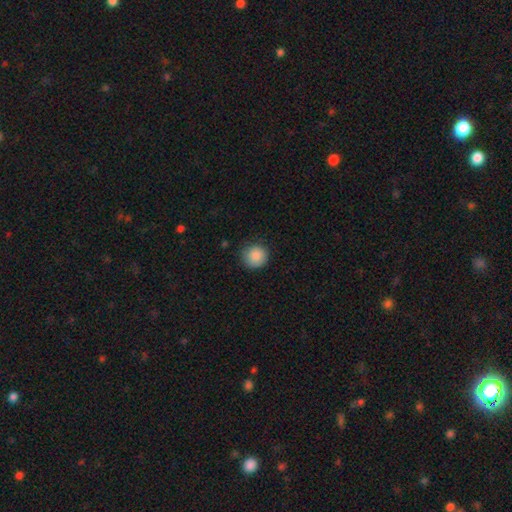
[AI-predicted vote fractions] A smooth galaxy with no disk features (88%) that is round (93%). Merging: none (82%).